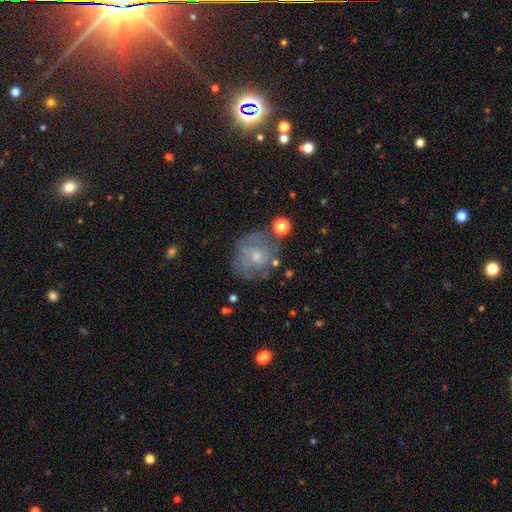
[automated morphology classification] This is possibly a featured or disk galaxy (47%). Merging: possibly none (56%).